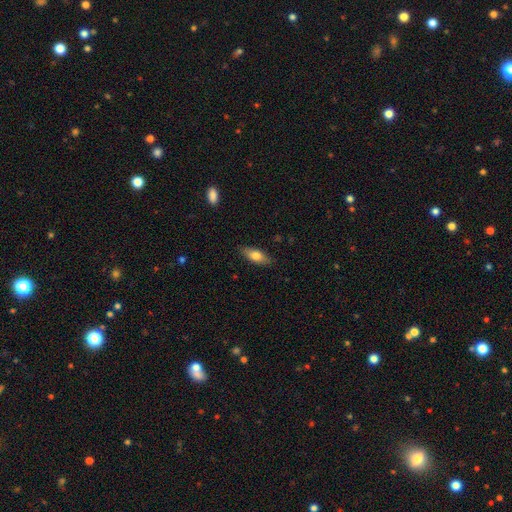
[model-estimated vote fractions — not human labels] Q: Smooth or featured?
A: smooth (73%); runner-up: featured or disk (20%)
Q: How rounded?
A: in between (74%); runner-up: cigar-shaped (23%)
Q: Merging?
A: none (86%); runner-up: minor disturbance (11%)